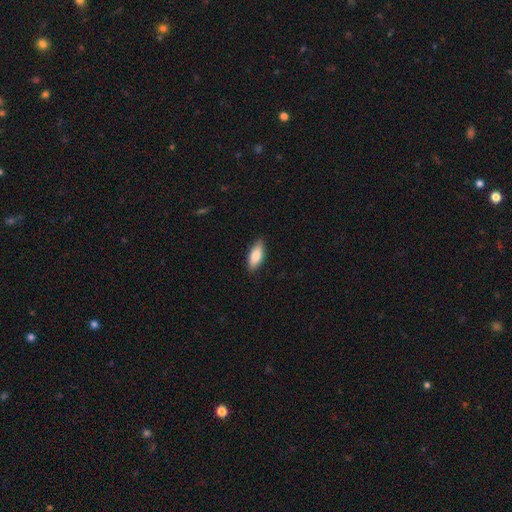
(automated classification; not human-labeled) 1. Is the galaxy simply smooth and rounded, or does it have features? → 83% smooth, 11% featured or disk, 6% star or artifact.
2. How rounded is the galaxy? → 80% in between, 18% cigar-shaped, 2% round.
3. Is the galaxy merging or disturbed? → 87% none, 10% minor disturbance, 2% major disturbance, 1% merger.